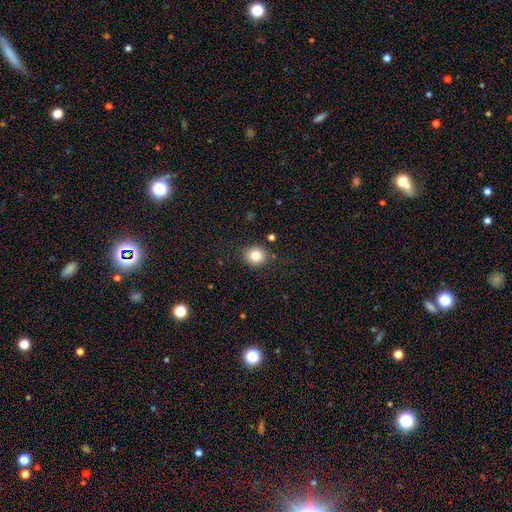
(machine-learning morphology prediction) smooth_or_featured: smooth (p=0.82) [alt: star or artifact p=0.11]
how_rounded: round (p=0.87) [alt: in between p=0.12]
merging: none (p=0.88) [alt: minor disturbance p=0.08]